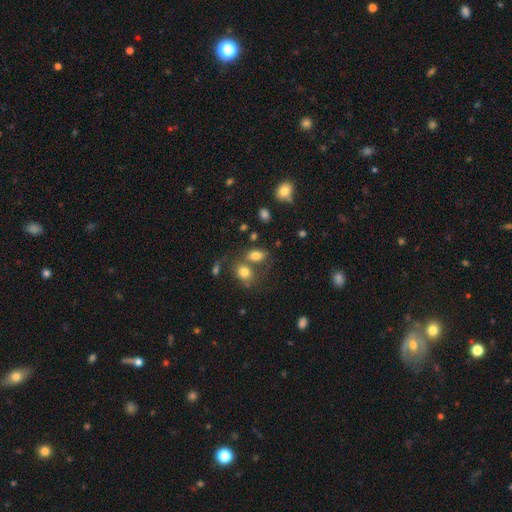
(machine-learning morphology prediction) A smooth galaxy with no disk features (78%) that is in between round and cigar-shaped (82%). Merging: none (51%).